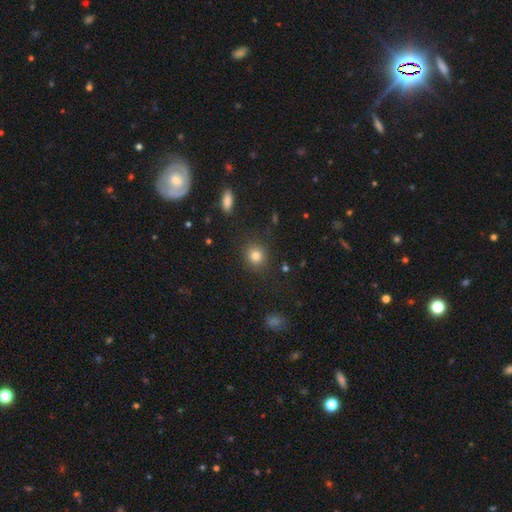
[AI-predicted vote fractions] A smooth galaxy with no disk features (82%) that is round (85%). Merging: none (88%).